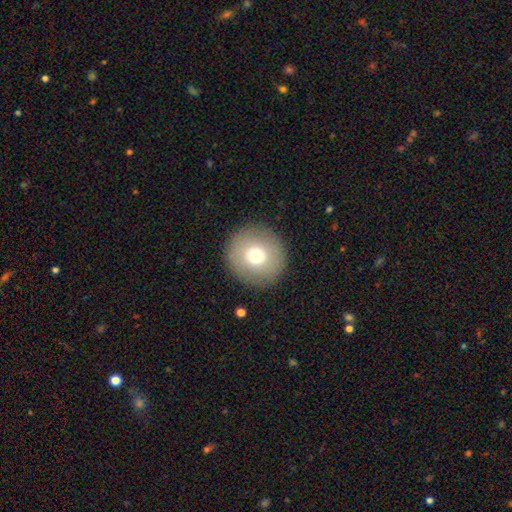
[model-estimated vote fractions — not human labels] Q: Smooth or featured?
A: smooth (72%); runner-up: featured or disk (17%)
Q: How rounded?
A: round (95%); runner-up: in between (4%)
Q: Merging?
A: none (91%); runner-up: minor disturbance (6%)